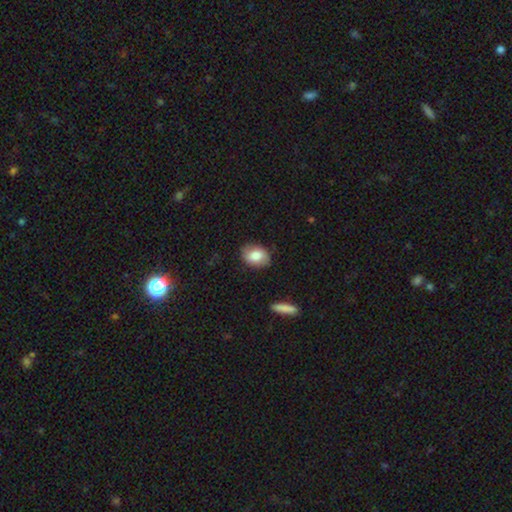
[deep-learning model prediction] The model was most divided on "how rounded": in between: 67%, round: 31%, cigar-shaped: 1%. More confident: merging — none (83%); smooth or featured — smooth (78%).